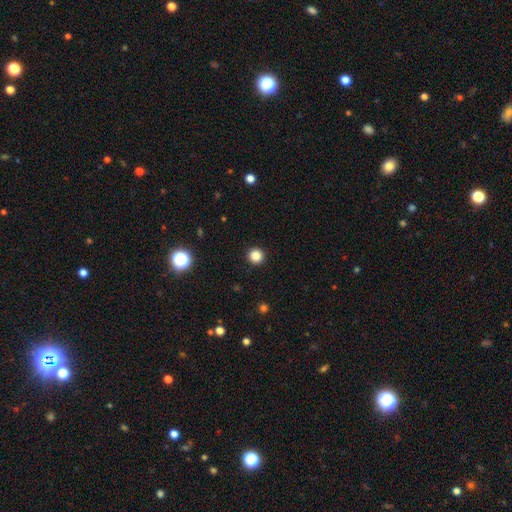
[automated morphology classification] smooth-or-featured: smooth: 85% | star or artifact: 12% | featured or disk: 3%
  how-rounded: round: 96% | in between: 3% | cigar-shaped: 1%
  merging: none: 93% | minor disturbance: 4% | major disturbance: 2% | merger: 1%